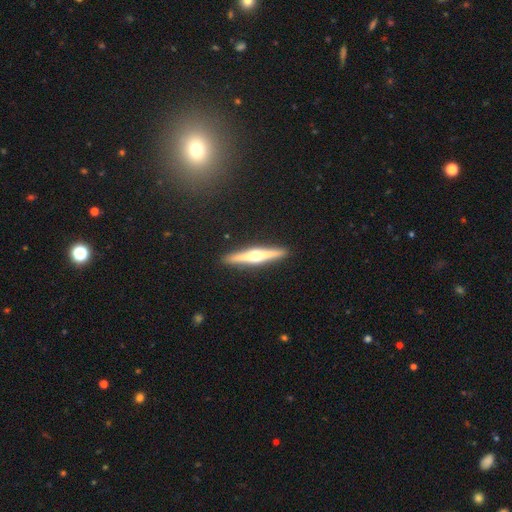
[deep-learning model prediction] smooth_or_featured: featured or disk (p=0.72) [alt: smooth p=0.23]
disk_edge_on: yes (p=0.98) [alt: no p=0.02]
edge_on_bulge: rounded (p=0.95) [alt: none p=0.03]
merging: none (p=0.92) [alt: minor disturbance p=0.05]